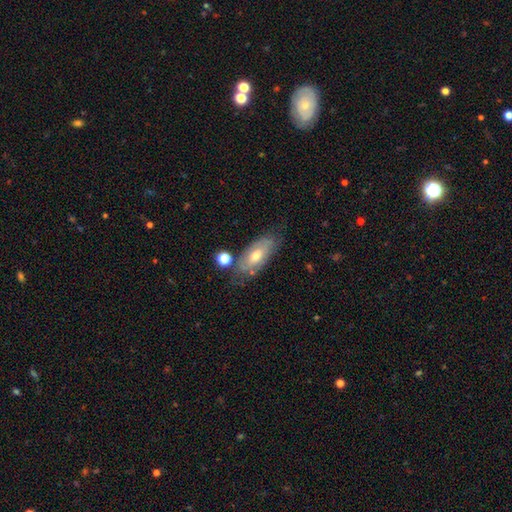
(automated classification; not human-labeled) A smooth galaxy with no disk features (47%).

Vote fractions:
- Smooth or featured? smooth: 47% / featured or disk: 45% / star or artifact: 8%
- Merging? none: 64% / minor disturbance: 22% / merger: 7% / major disturbance: 7%